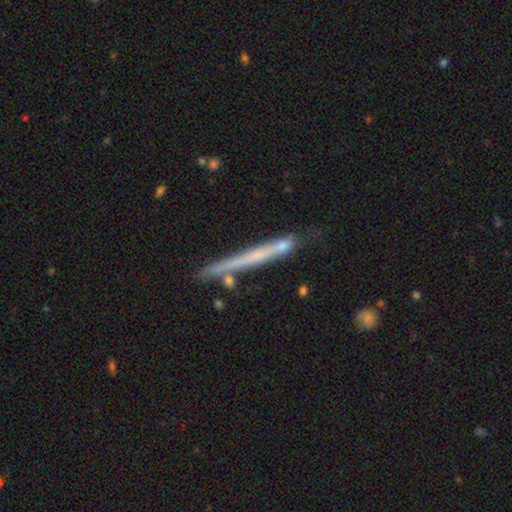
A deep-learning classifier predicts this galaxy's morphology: type=featured or disk (54%); edge-on=yes (95%); edge-on bulge=none (87%); merging=none (75%).